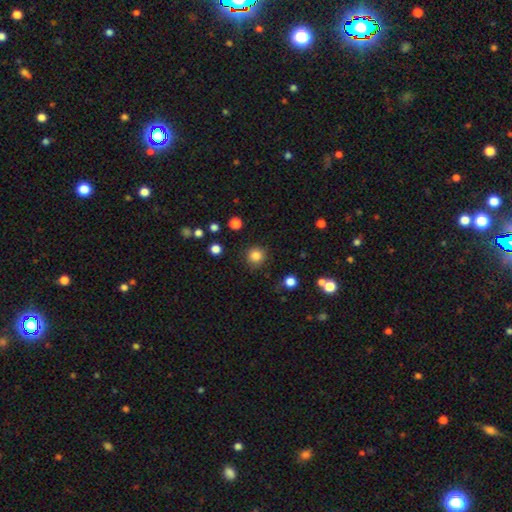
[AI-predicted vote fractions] The model was most divided on "smooth or featured": smooth: 84%, star or artifact: 12%, featured or disk: 4%. More confident: how rounded — round (93%); merging — none (88%).